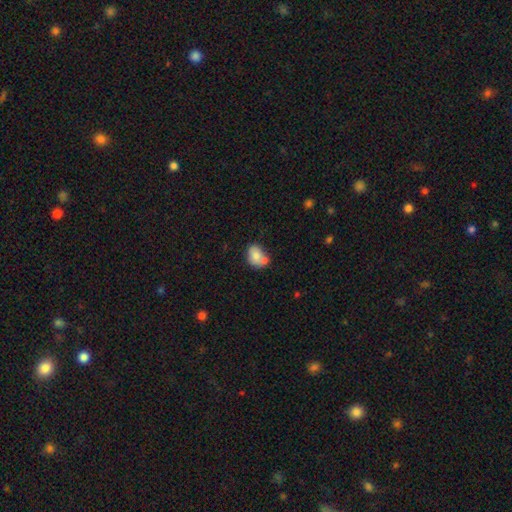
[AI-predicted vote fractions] A smooth galaxy with no disk features (74%) that is in between round and cigar-shaped (63%). Merging: none (41%).